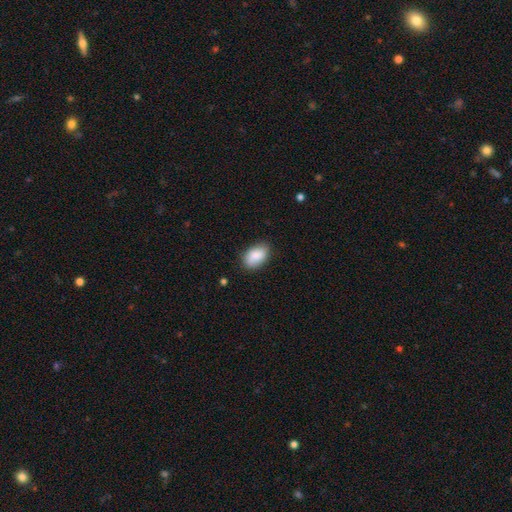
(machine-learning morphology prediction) smooth 88%, star or artifact 6%, featured or disk 6%. Down the decision tree: how rounded — in between (92%); merging — none (82%).